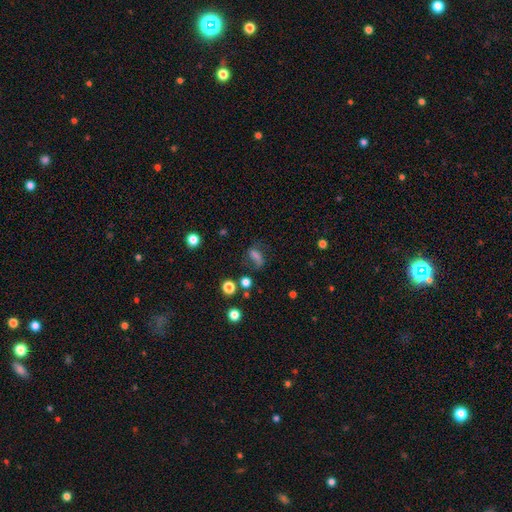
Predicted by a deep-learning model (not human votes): Overall: smooth (57%; featured or disk 22%). How rounded: in between (67%). Merging: none (51%; minor disturbance 22%).